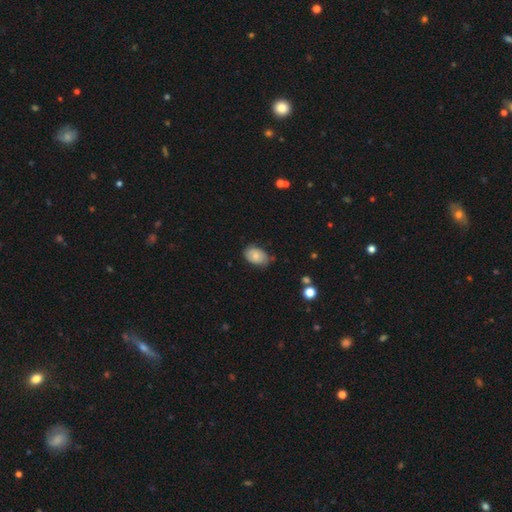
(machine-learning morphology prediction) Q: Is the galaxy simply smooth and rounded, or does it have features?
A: smooth — 72%.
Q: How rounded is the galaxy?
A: in between — 84%.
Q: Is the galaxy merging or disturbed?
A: none — 64%.